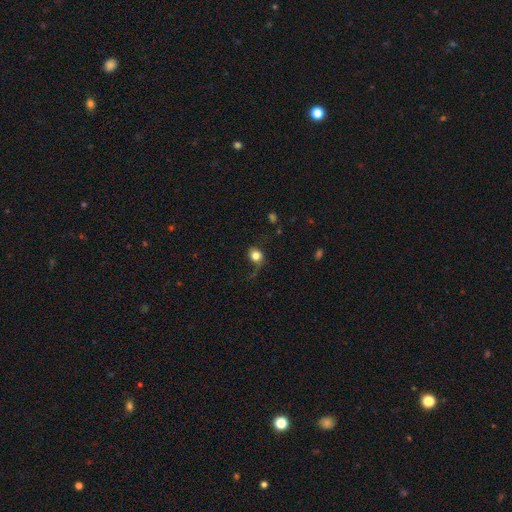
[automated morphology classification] Overall: smooth (77%). How rounded: round (76%). Merging: none (55%; minor disturbance 22%).